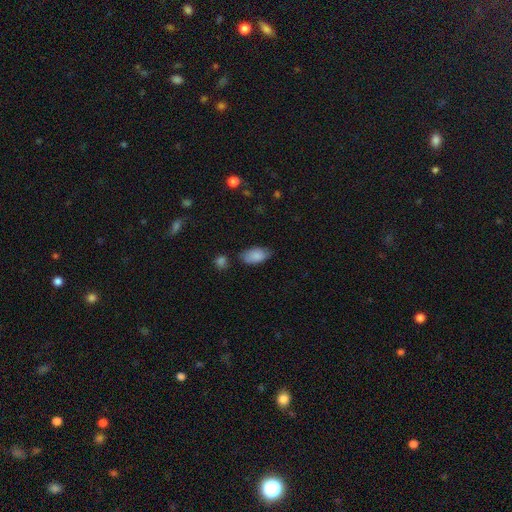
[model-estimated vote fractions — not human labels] This appears to be a smooth galaxy with no disk features (86%) that is in between round and cigar-shaped (93%). Merging: none (67%).